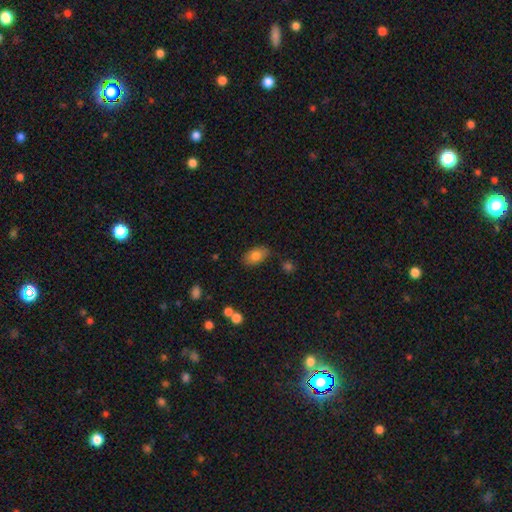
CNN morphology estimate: type=smooth (81%); roundness=in between (90%); merging=none (76%).